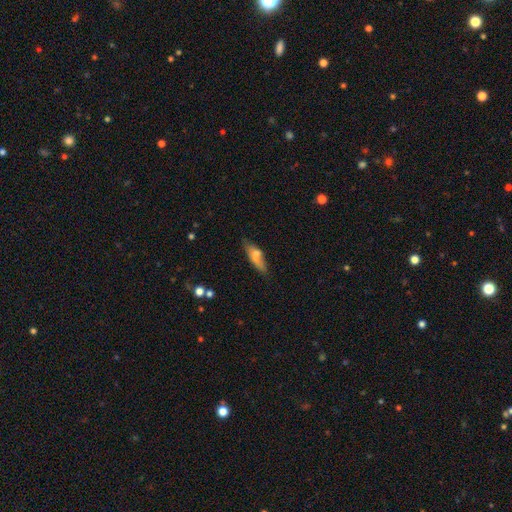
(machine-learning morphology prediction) A smooth galaxy with no disk features (65%) that is in between round and cigar-shaped (49%). Merging: none (52%).